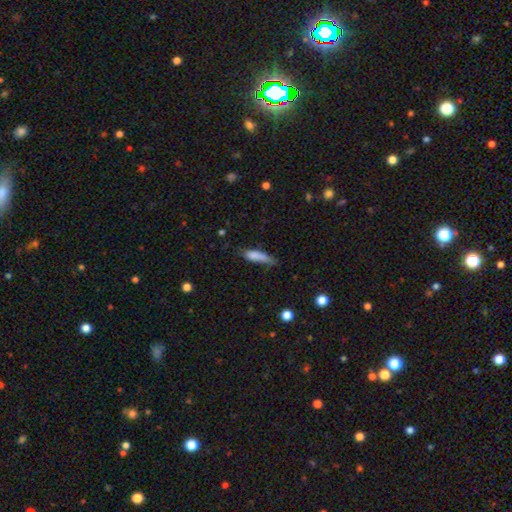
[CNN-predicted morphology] type=smooth (81%); roundness=cigar-shaped (65%); merging=none (46%).